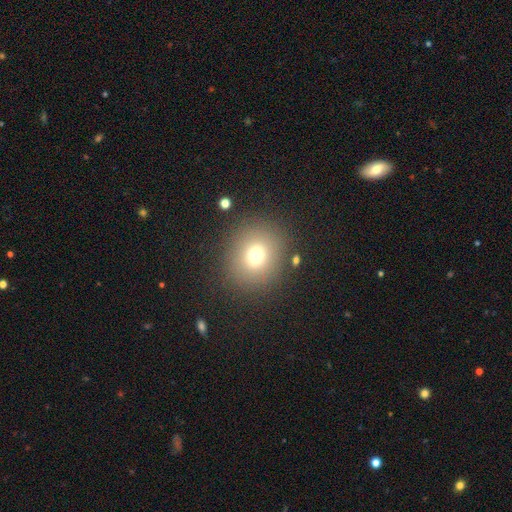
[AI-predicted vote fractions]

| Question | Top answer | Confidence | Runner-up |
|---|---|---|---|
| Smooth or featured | smooth | 72% | star or artifact (16%) |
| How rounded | round | 83% | in between (16%) |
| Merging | none | 86% | minor disturbance (8%) |